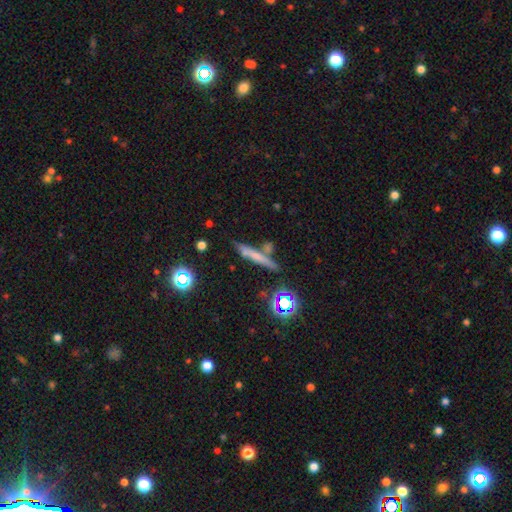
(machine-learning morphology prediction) type=smooth (53%); roundness=cigar-shaped (87%); merging=none (69%).